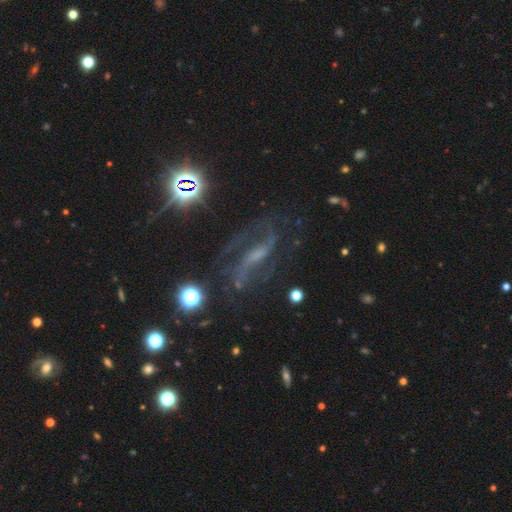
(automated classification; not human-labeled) smooth-or-featured: featured or disk: 75% | star or artifact: 16% | smooth: 9%
  disk-edge-on: no: 86% | yes: 14%
    bar: strong: 46% | weak: 36% | no: 18%
    has-spiral-arms: yes: 91% | no: 9%
      spiral-winding: loose: 43% | medium: 41% | tight: 16%
      spiral-arm-count: 2: 79% | can't tell: 10% | 3: 4% | 1: 3% | 4: 2% | more than 4: 2%
    bulge-size: small: 45% | none: 27% | moderate: 23% | large: 4% | dominant: 2%
  merging: none: 63% | minor disturbance: 17% | major disturbance: 16% | merger: 3%